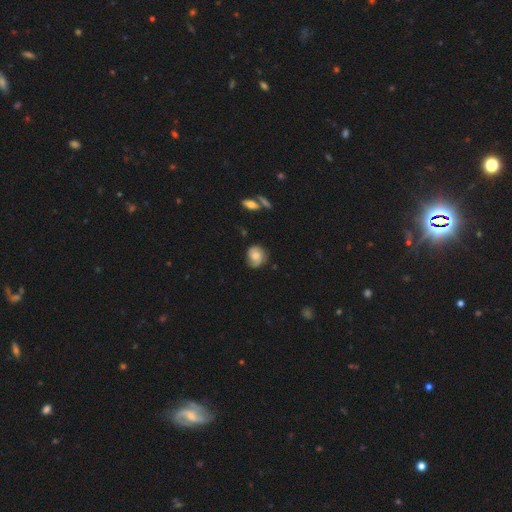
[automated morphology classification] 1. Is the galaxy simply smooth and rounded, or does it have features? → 47% featured or disk, 45% smooth, 8% star or artifact.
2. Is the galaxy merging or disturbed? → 70% none, 22% minor disturbance, 6% major disturbance, 2% merger.